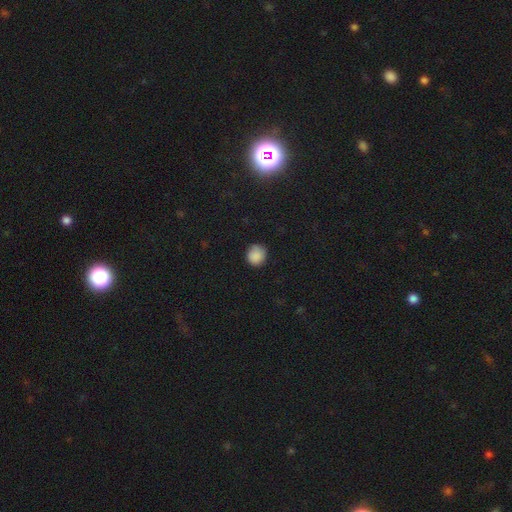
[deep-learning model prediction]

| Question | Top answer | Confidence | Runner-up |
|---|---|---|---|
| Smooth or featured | smooth | 87% | star or artifact (9%) |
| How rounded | round | 88% | in between (11%) |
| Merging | none | 81% | minor disturbance (15%) |